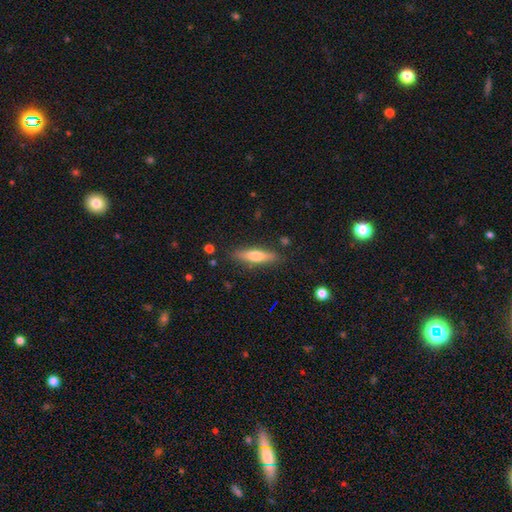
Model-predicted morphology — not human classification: A smooth galaxy with no disk features (61%) that is cigar-shaped (72%).

Vote fractions:
- Smooth or featured? smooth: 61% / featured or disk: 33% / star or artifact: 7%
- How rounded? cigar-shaped: 72% / in between: 26% / round: 2%
- Merging? none: 85% / minor disturbance: 10% / major disturbance: 2% / merger: 2%